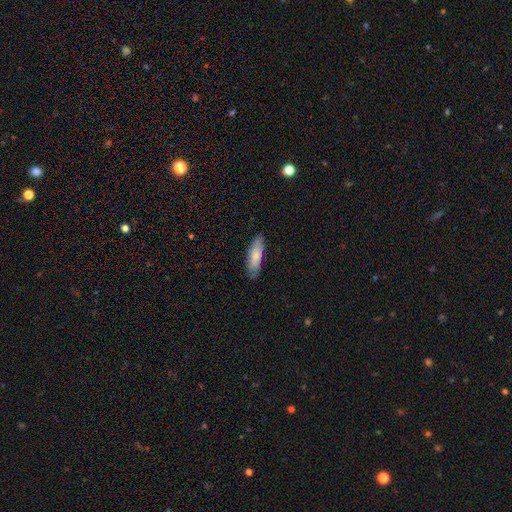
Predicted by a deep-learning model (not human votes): smooth_or_featured: smooth (p=0.74) [alt: featured or disk p=0.20]
how_rounded: in between (p=0.50) [alt: cigar-shaped p=0.49]
merging: none (p=0.80) [alt: minor disturbance p=0.16]